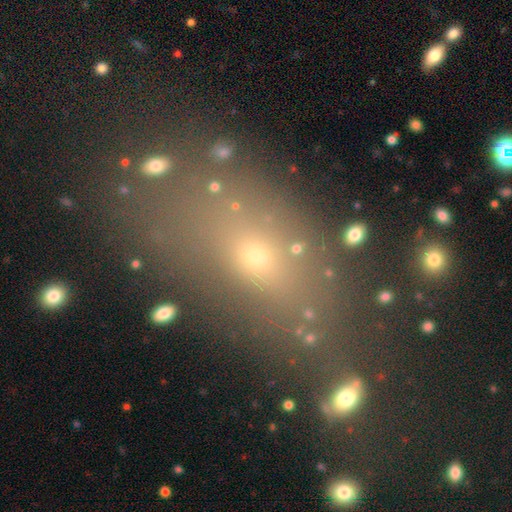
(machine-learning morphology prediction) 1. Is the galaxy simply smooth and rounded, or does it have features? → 57% smooth, 25% star or artifact, 18% featured or disk.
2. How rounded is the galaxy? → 72% in between, 17% round, 11% cigar-shaped.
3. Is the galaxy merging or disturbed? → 72% none, 14% minor disturbance, 8% major disturbance, 7% merger.